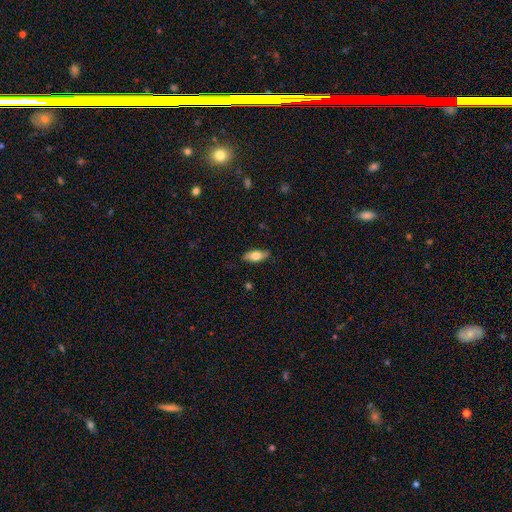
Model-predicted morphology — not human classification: type=smooth (69%); roundness=in between (78%); merging=none (83%).